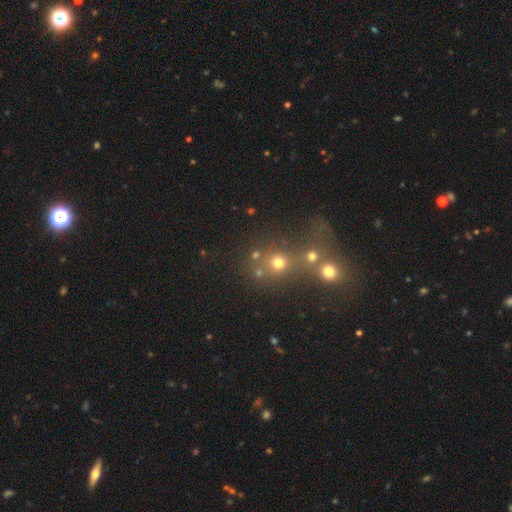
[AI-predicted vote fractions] Overall: smooth (53%; star or artifact 32%). How rounded: round (82%). Merging: merger (43%; none 42%).